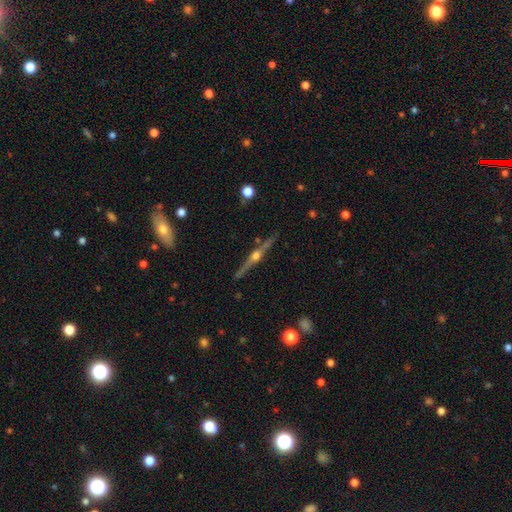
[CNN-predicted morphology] type=featured or disk (87%); edge-on=yes (98%); edge-on bulge=rounded (96%); merging=none (88%).